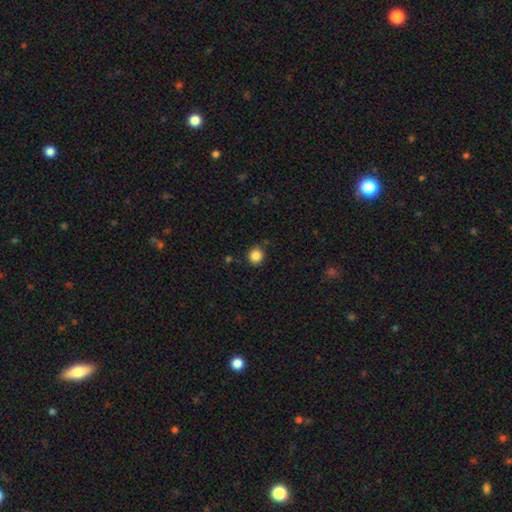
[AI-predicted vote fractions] Overall: smooth (86%). How rounded: round (89%). Merging: none (87%).